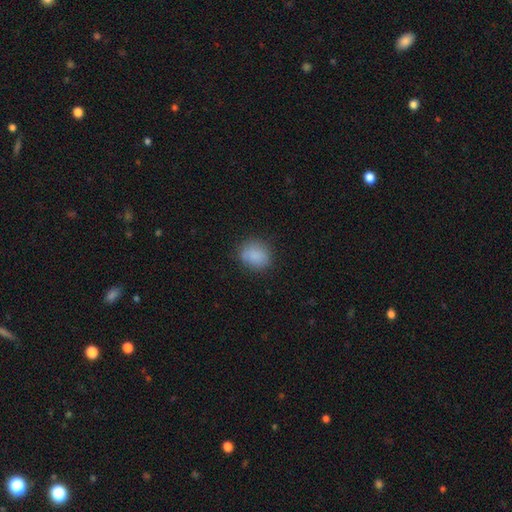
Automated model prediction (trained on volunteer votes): This appears to be a smooth galaxy with no disk features (86%) that is round (66%). Merging: none (80%).